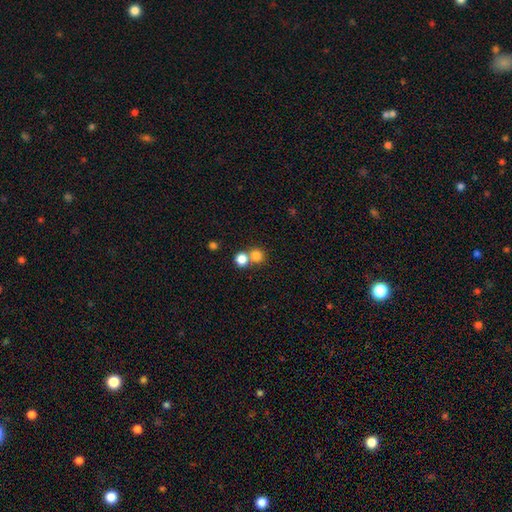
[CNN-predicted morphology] This appears to be a smooth galaxy with no disk features (81%) that is round (89%). Merging: none (52%).